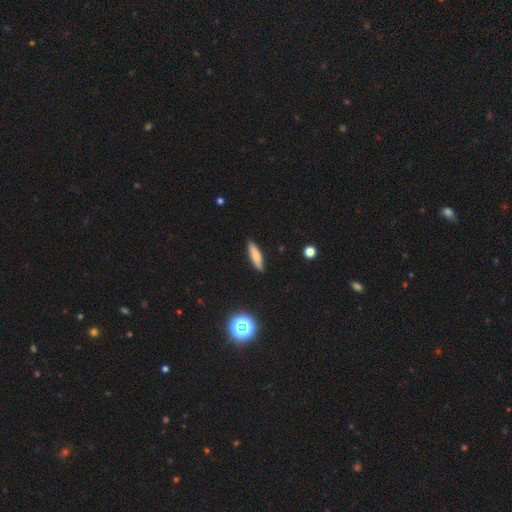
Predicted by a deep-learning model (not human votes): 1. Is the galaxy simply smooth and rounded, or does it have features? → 74% smooth, 17% featured or disk, 8% star or artifact.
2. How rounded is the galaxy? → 69% cigar-shaped, 29% in between, 2% round.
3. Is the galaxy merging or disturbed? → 89% none, 9% minor disturbance, 2% major disturbance, 1% merger.